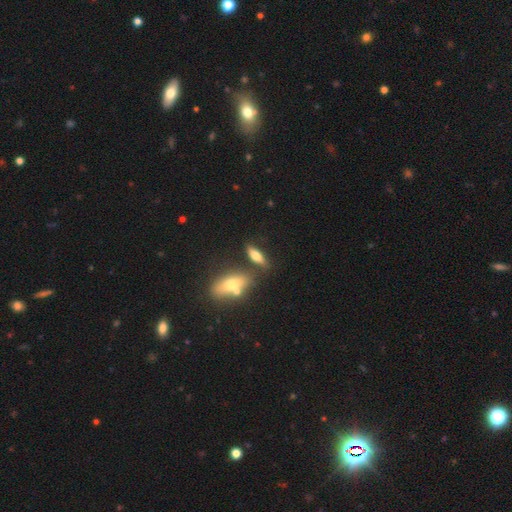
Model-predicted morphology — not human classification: The model was most divided on "how rounded": in between: 54%, cigar-shaped: 42%, round: 4%. More confident: merging — none (69%); smooth or featured — smooth (60%).